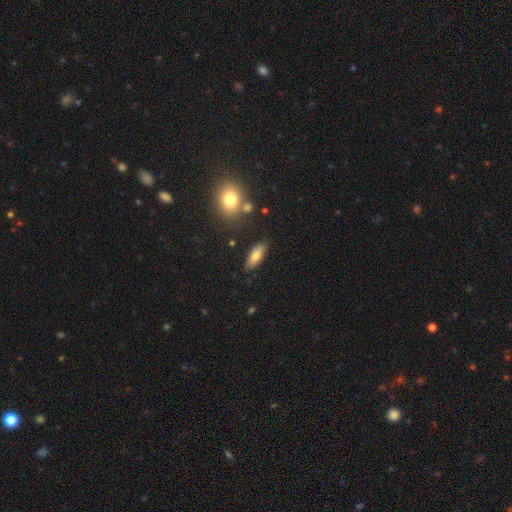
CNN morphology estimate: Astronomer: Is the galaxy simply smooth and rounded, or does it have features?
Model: smooth — 74%.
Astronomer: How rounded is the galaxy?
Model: in between — 72%.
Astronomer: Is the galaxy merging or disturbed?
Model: none — 82%.